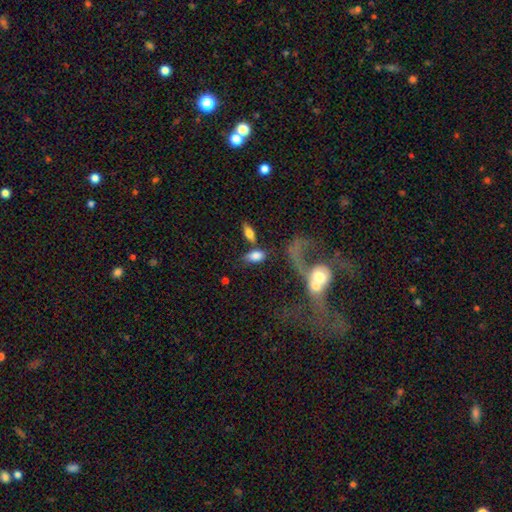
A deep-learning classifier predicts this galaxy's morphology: Smooth or featured?
  - smooth: 73% *
  - featured or disk: 19%
  - star or artifact: 8%
How rounded?
  - in between: 89% *
  - round: 6%
  - cigar-shaped: 5%
Merging?
  - none: 42% *
  - merger: 31%
  - major disturbance: 14%
  - minor disturbance: 13%